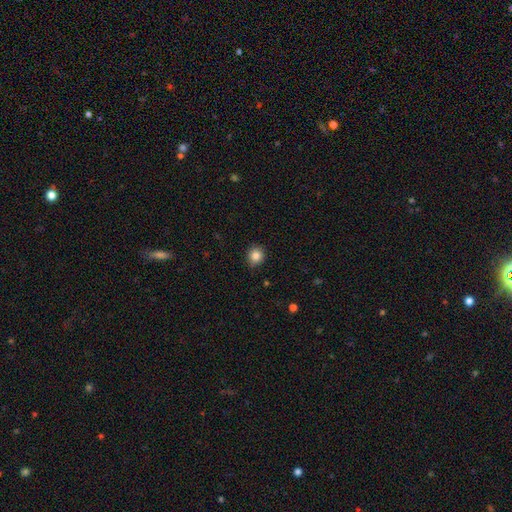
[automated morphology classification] Smooth or featured? Predicted: smooth (p=0.84). How rounded? Predicted: round (p=0.88). Merging? Predicted: none (p=0.87).